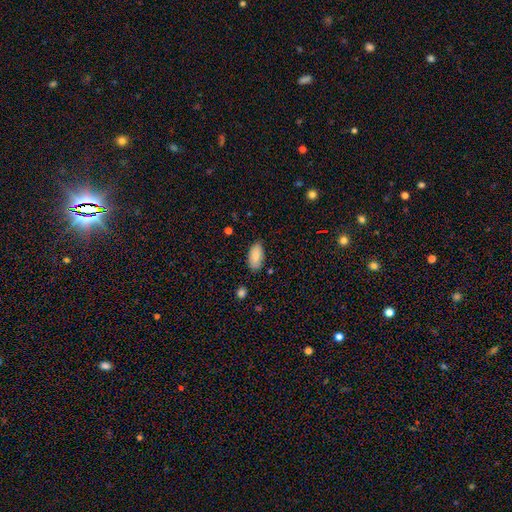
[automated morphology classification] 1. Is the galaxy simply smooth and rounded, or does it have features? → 82% smooth, 11% featured or disk, 7% star or artifact.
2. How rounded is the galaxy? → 93% in between, 4% cigar-shaped, 2% round.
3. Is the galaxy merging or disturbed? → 82% none, 14% minor disturbance, 2% major disturbance, 2% merger.